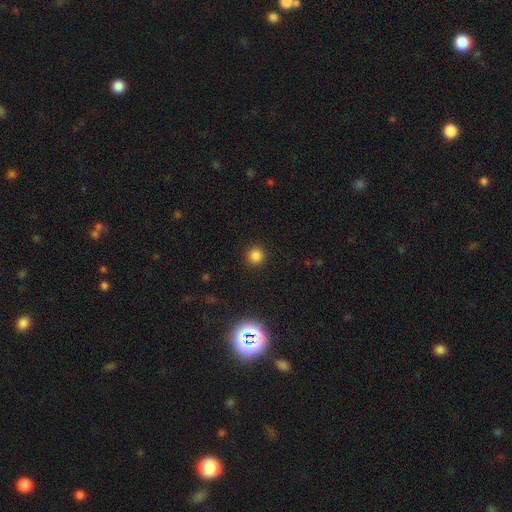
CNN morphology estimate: A smooth galaxy with no disk features (81%) that is round (94%). Merging: none (92%).